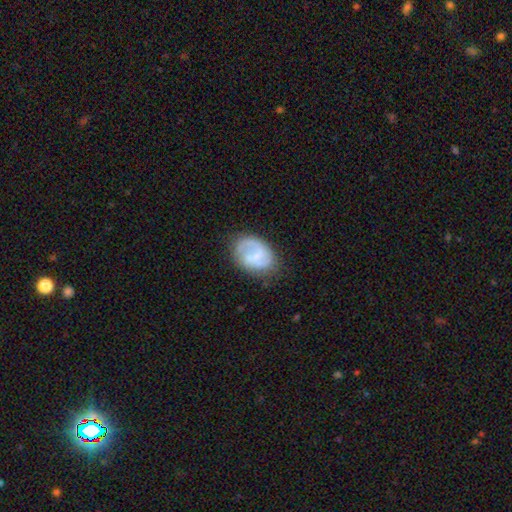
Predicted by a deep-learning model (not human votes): This is possibly a featured or disk galaxy (60%). It is clearly not viewed edge-on (98%). Bar: possibly weak (48%). Spiral arm pattern: clearly yes (83%). Central bulge: marginally small (45%). Merging: likely none (66%).